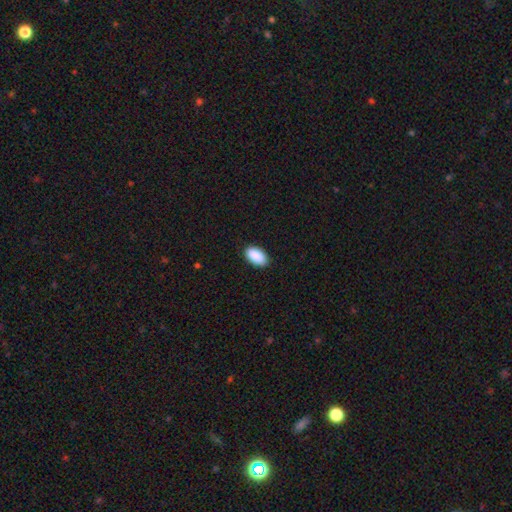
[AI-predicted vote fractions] A smooth galaxy with no disk features (91%) that is in between round and cigar-shaped (95%).

Vote fractions:
- Smooth or featured? smooth: 91% / star or artifact: 6% / featured or disk: 2%
- How rounded? in between: 95% / round: 3% / cigar-shaped: 2%
- Merging? none: 88% / minor disturbance: 9% / major disturbance: 2% / merger: 1%